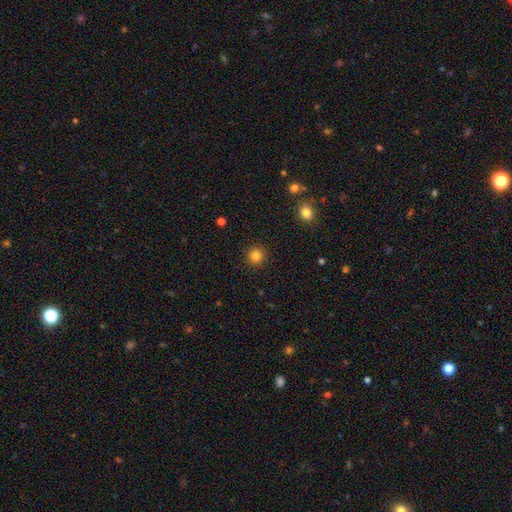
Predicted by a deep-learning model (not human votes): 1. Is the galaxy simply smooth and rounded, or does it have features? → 83% smooth, 12% star or artifact, 5% featured or disk.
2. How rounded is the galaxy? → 94% round, 5% in between, 1% cigar-shaped.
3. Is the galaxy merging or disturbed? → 92% none, 5% minor disturbance, 2% major disturbance, 1% merger.